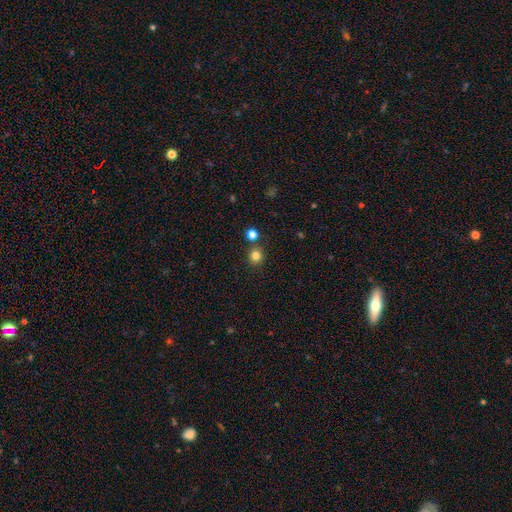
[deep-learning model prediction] Overall: smooth (82%). How rounded: round (89%). Merging: none (80%).